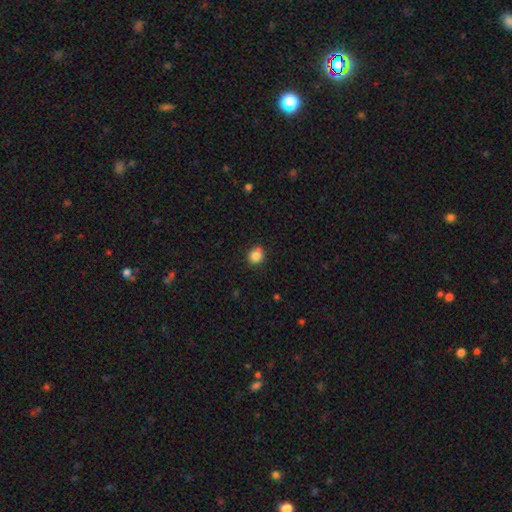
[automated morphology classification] smooth_or_featured: smooth (p=0.85) [alt: star or artifact p=0.10]
how_rounded: round (p=0.78) [alt: in between p=0.21]
merging: none (p=0.76) [alt: minor disturbance p=0.16]